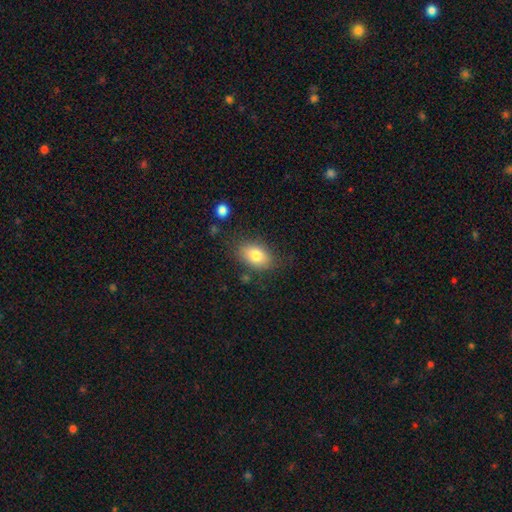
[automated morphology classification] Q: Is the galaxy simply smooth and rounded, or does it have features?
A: smooth — 80%.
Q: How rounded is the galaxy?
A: in between — 87%.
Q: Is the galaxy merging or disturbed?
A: none — 77%.